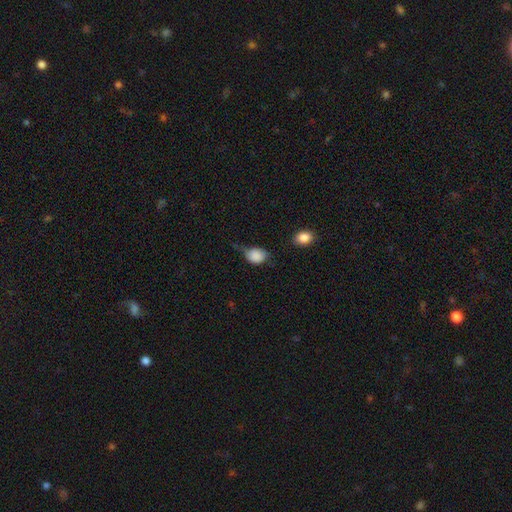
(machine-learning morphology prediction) A smooth galaxy with no disk features (84%) that is in between round and cigar-shaped (50%). Merging: minor disturbance (43%).